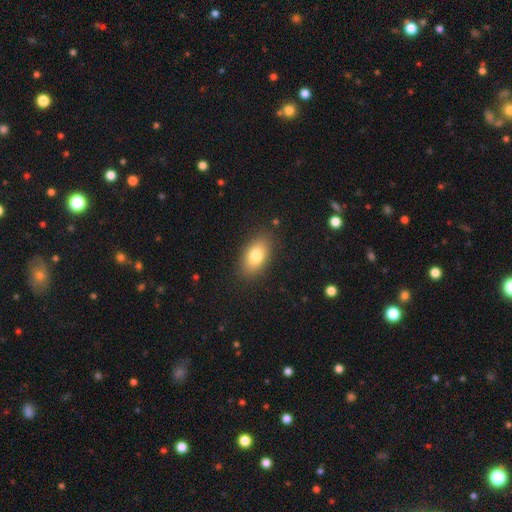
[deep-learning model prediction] Smooth or featured? smooth (79%)
How rounded? in between (90%)
Merging? none (86%)